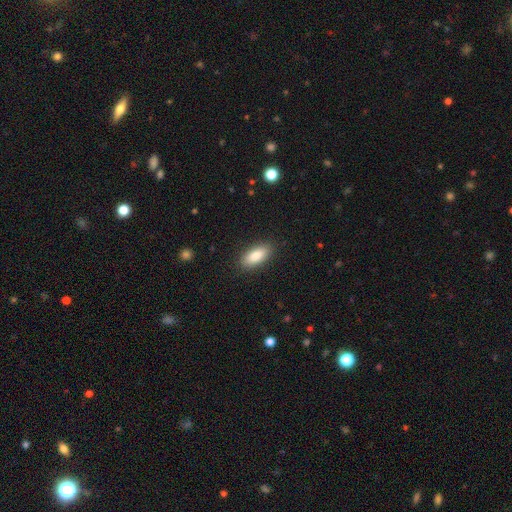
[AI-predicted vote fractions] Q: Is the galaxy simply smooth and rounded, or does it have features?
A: smooth — 85%.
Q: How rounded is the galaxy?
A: in between — 86%.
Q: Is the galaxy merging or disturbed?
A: none — 88%.